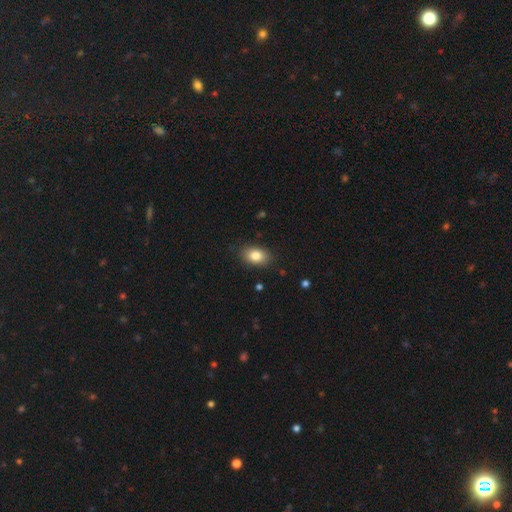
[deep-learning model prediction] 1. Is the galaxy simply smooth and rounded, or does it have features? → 84% smooth, 8% star or artifact, 8% featured or disk.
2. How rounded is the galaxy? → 85% in between, 14% round, 1% cigar-shaped.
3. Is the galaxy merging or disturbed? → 86% none, 10% minor disturbance, 3% major disturbance, 1% merger.